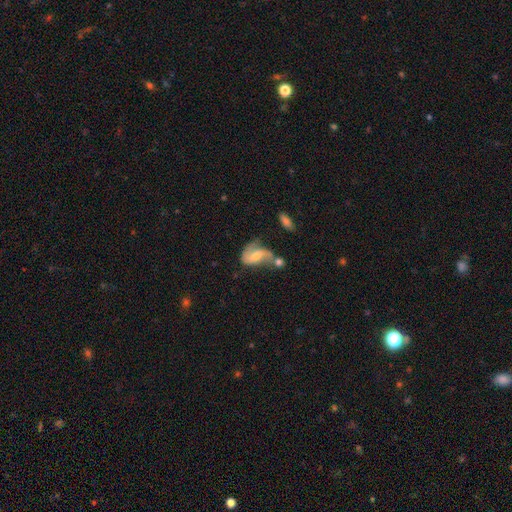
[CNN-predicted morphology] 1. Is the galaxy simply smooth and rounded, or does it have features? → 64% featured or disk, 28% smooth, 8% star or artifact.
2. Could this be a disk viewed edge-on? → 96% no, 4% yes.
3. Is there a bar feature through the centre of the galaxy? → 44% no, 41% weak, 16% strong.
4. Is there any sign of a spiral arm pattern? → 85% yes, 15% no.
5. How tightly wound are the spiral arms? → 56% loose, 33% medium, 11% tight.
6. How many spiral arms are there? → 75% 2, 13% 1, 8% can't tell, 2% 3, 1% 4, 1% more than 4.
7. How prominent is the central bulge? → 45% small, 40% moderate, 9% none, 4% large, 1% dominant.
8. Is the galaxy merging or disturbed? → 30% merger, 27% none, 23% major disturbance, 21% minor disturbance.